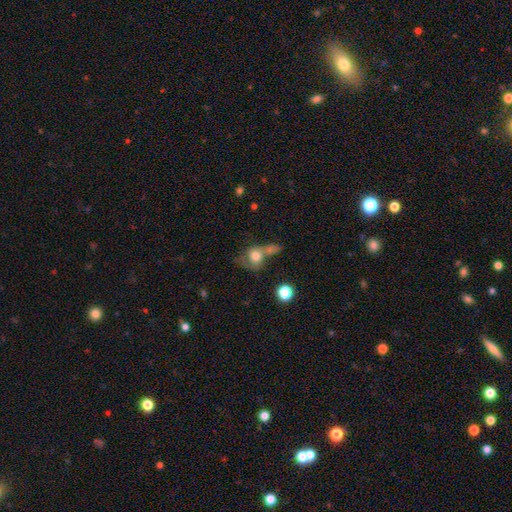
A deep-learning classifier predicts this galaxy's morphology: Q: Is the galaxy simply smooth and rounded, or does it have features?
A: smooth — 70%.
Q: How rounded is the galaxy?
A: round — 66%.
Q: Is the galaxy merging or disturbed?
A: merger — 44%.